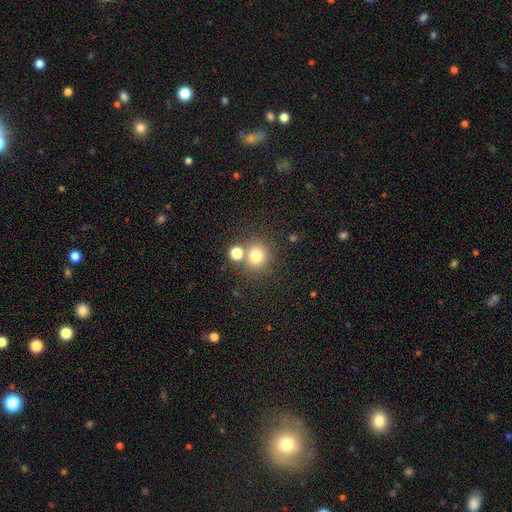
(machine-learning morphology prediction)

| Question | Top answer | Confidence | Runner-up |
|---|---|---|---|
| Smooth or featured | smooth | 76% | star or artifact (15%) |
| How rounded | round | 87% | in between (12%) |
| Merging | none | 68% | merger (21%) |